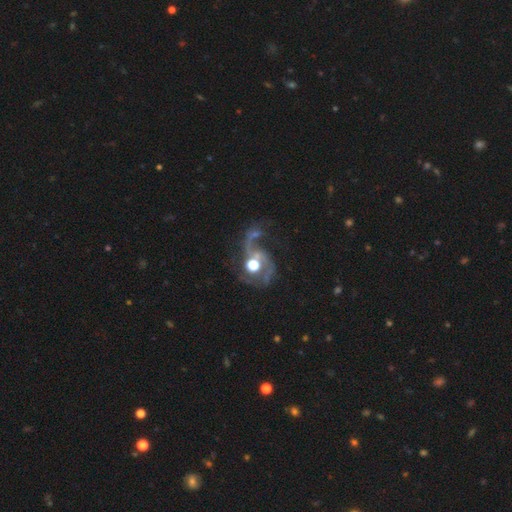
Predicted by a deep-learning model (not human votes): A featured or disk galaxy (80%) with no bar (67%), 2 (63%) loose (61%) spiral arms (89%) and a moderate central bulge (53%). Merging: major disturbance (39%).